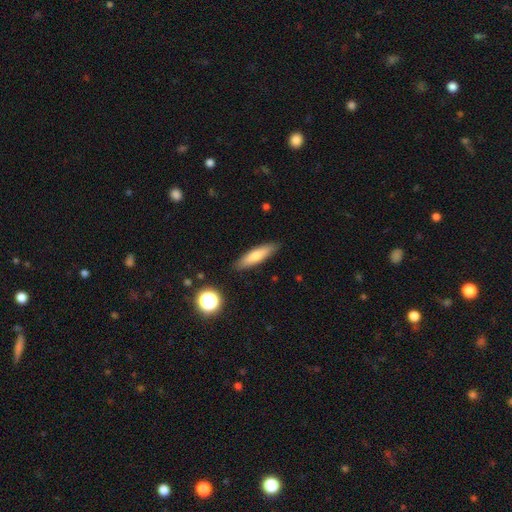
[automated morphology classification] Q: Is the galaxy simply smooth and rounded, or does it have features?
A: smooth — 69%.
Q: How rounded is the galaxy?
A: cigar-shaped — 71%.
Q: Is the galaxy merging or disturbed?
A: none — 87%.